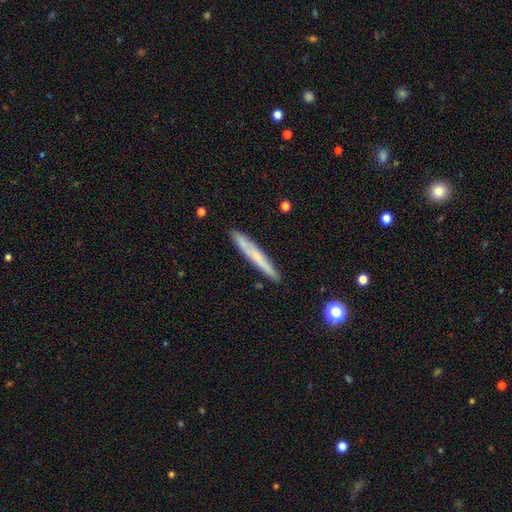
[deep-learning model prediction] Overall: smooth (56%; featured or disk 37%). How rounded: cigar-shaped (96%). Merging: none (89%).